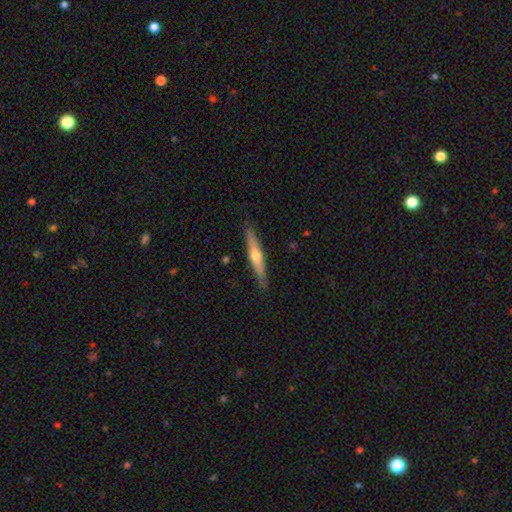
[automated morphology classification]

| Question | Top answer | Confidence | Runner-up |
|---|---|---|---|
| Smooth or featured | featured or disk | 52% | smooth (42%) |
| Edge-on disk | yes | 94% | no (6%) |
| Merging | none | 86% | minor disturbance (11%) |